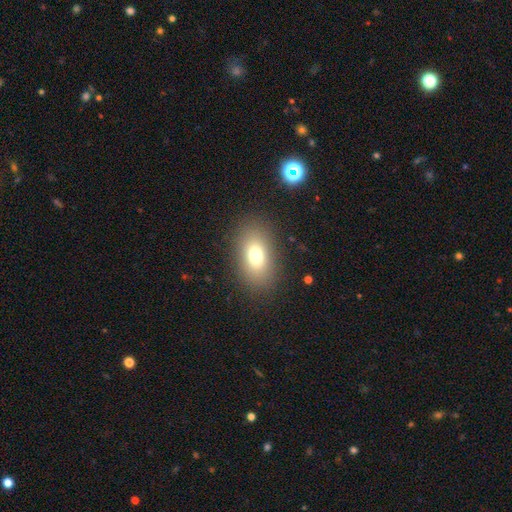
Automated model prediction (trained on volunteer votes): smooth-or-featured: smooth: 74% | featured or disk: 14% | star or artifact: 12%
  how-rounded: in between: 85% | round: 13% | cigar-shaped: 2%
  merging: none: 86% | minor disturbance: 9% | major disturbance: 4% | merger: 1%